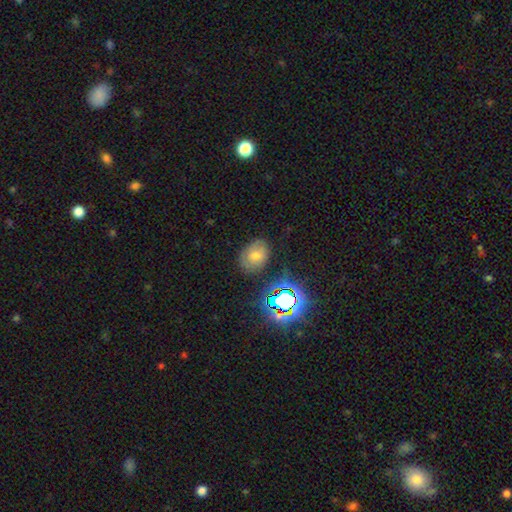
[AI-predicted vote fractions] smooth 59%, star or artifact 24%, featured or disk 18%. Down the decision tree: how rounded — in between (64%); merging — none (78%).